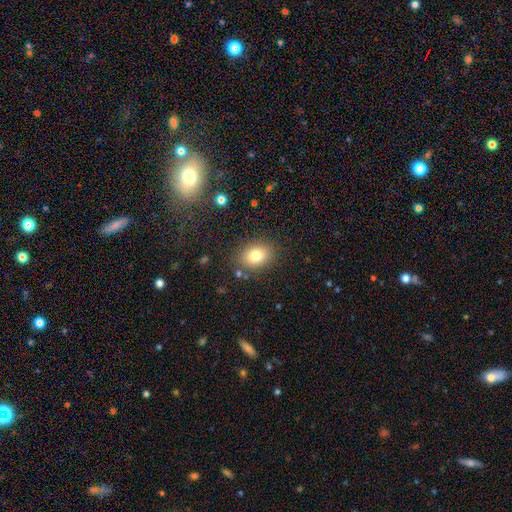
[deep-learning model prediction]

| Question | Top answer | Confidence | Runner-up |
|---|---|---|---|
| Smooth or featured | smooth | 79% | star or artifact (11%) |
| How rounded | in between | 63% | round (36%) |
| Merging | none | 84% | minor disturbance (10%) |